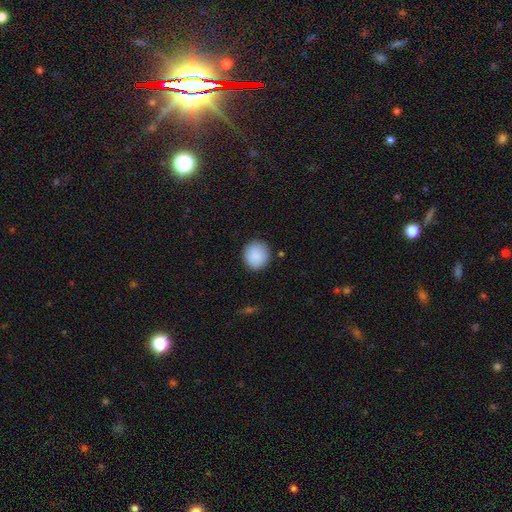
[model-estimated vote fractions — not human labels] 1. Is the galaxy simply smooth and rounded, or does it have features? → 90% smooth, 7% star or artifact, 3% featured or disk.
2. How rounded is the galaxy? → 91% round, 8% in between, 1% cigar-shaped.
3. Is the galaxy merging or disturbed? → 89% none, 7% minor disturbance, 2% major disturbance, 1% merger.